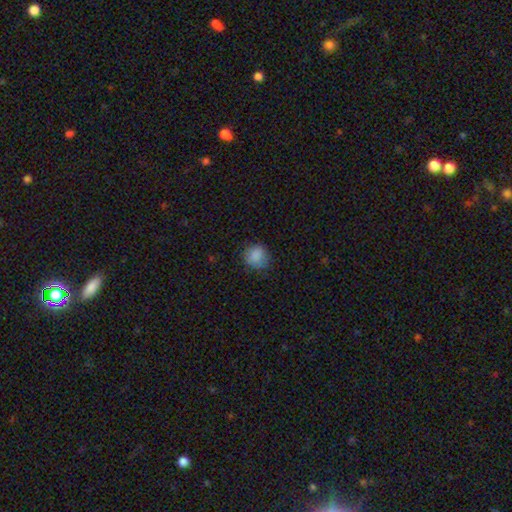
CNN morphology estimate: Smooth or featured?
  - smooth: 87% *
  - star or artifact: 9%
  - featured or disk: 4%
How rounded?
  - round: 83% *
  - in between: 16%
  - cigar-shaped: 1%
Merging?
  - none: 78% *
  - minor disturbance: 16%
  - major disturbance: 4%
  - merger: 1%